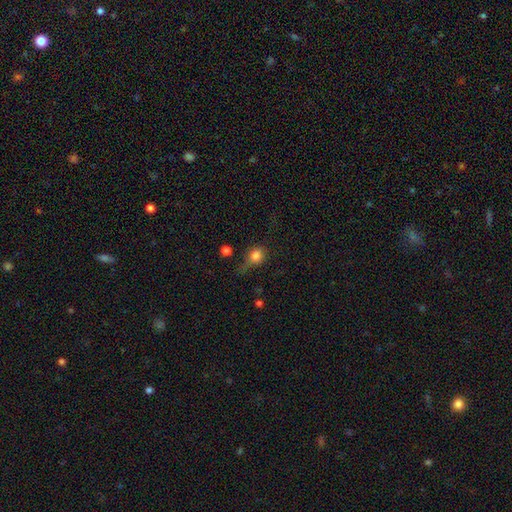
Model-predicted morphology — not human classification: The model was most divided on "merging": none: 44%, minor disturbance: 31%, major disturbance: 18%, merger: 7%. More confident: smooth or featured — smooth (79%); how rounded — round (72%).